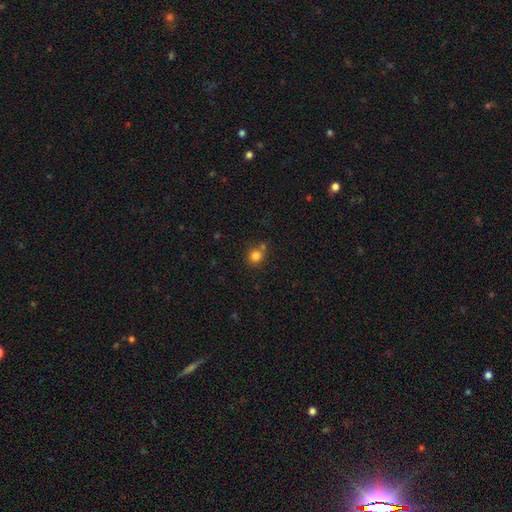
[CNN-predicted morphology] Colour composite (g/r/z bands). It shows a smooth galaxy with no disk features (81%) that is round (85%). Merging: none (61%).